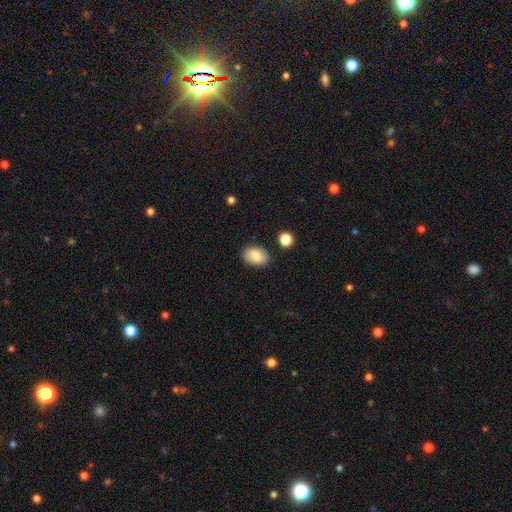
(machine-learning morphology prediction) A smooth galaxy with no disk features (75%) that is in between round and cigar-shaped (80%).

Vote fractions:
- Smooth or featured? smooth: 75% / featured or disk: 17% / star or artifact: 8%
- How rounded? in between: 80% / round: 19% / cigar-shaped: 1%
- Merging? none: 84% / minor disturbance: 11% / merger: 3% / major disturbance: 3%